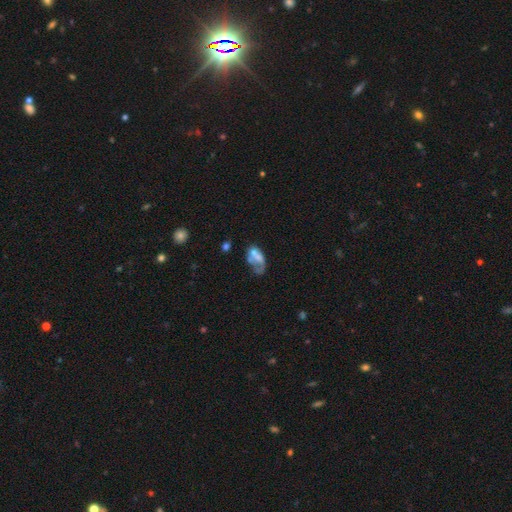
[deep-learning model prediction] Q: Smooth or featured?
A: featured or disk (47%); runner-up: smooth (42%)
Q: Merging?
A: merger (30%); runner-up: major disturbance (29%)